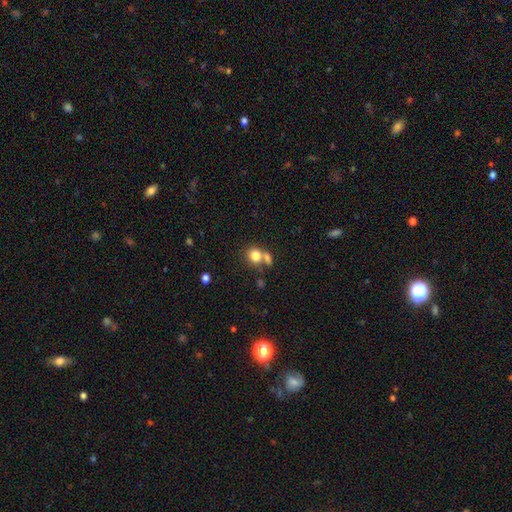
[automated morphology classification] Smooth or featured?
  - smooth: 79% *
  - featured or disk: 11%
  - star or artifact: 10%
How rounded?
  - round: 70% *
  - in between: 29%
  - cigar-shaped: 1%
Merging?
  - none: 42% * (tied)
  - merger: 42% * (tied)
  - minor disturbance: 10%
  - major disturbance: 6%